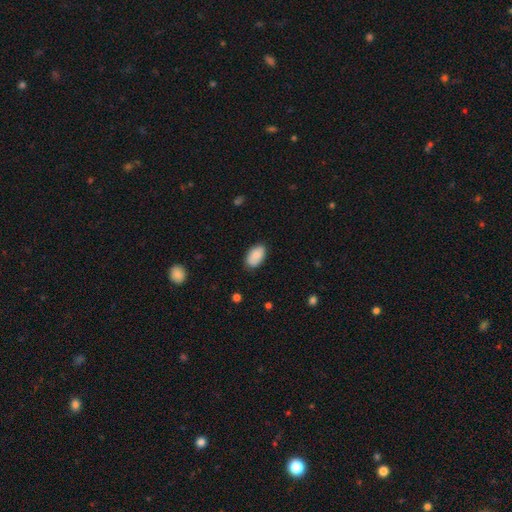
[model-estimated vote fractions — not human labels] A smooth galaxy with no disk features (89%) that is in between round and cigar-shaped (94%). Merging: none (84%).